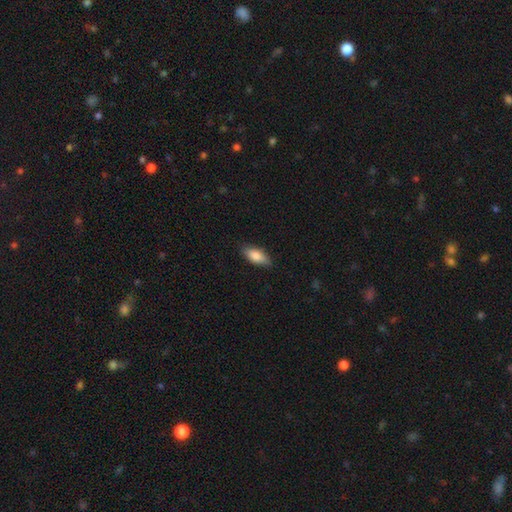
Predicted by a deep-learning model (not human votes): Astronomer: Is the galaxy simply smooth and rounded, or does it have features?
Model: smooth — 82%.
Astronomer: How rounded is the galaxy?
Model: in between — 83%.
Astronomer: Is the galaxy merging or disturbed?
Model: none — 83%.